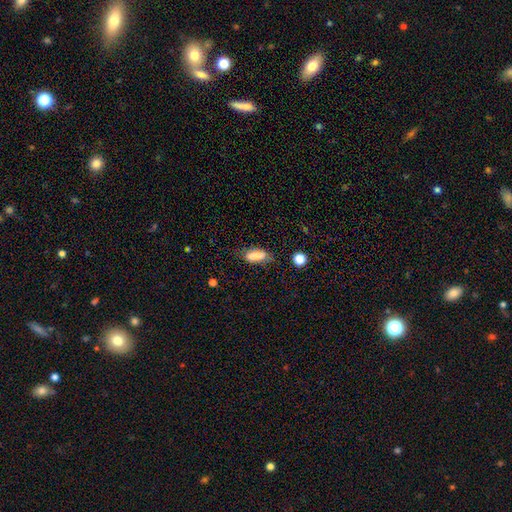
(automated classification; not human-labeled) A smooth galaxy with no disk features (78%) that is in between round and cigar-shaped (74%). Merging: none (63%).